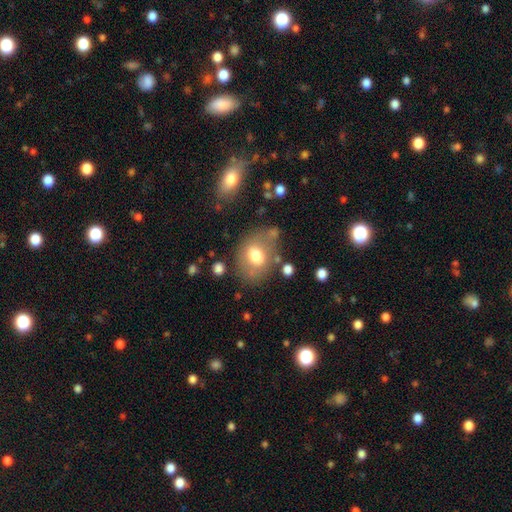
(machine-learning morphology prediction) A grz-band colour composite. It shows a smooth galaxy with no disk features (68%) that is in between round and cigar-shaped (57%). Merging: none (64%).